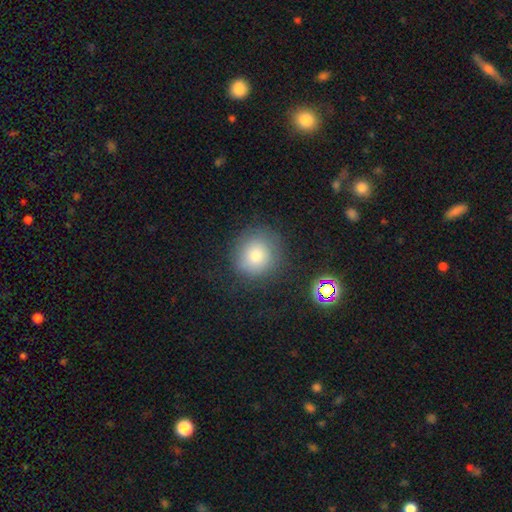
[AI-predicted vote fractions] A smooth galaxy with no disk features (72%) that is round (88%).

Vote fractions:
- Smooth or featured? smooth: 72% / featured or disk: 14% / star or artifact: 14%
- How rounded? round: 88% / in between: 11% / cigar-shaped: 1%
- Merging? none: 78% / minor disturbance: 13% / major disturbance: 6% / merger: 2%